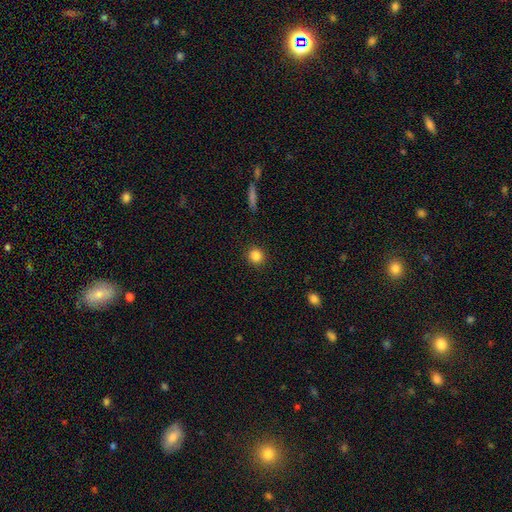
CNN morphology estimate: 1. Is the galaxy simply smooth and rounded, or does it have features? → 85% smooth, 10% star or artifact, 4% featured or disk.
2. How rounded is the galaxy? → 90% round, 9% in between, 1% cigar-shaped.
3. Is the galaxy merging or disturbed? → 91% none, 6% minor disturbance, 2% major disturbance, 1% merger.